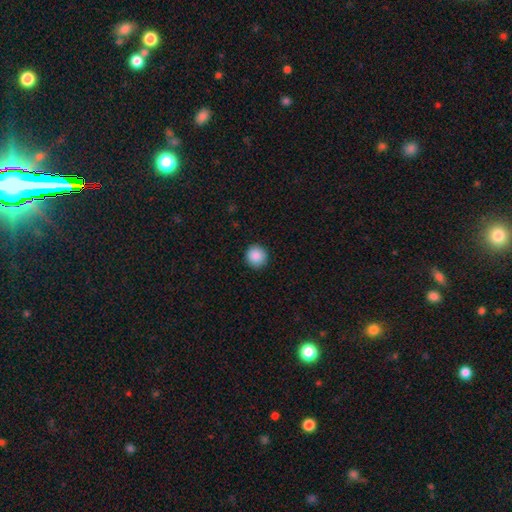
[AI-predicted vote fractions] This is clearly a smooth galaxy (89%). How rounded: clearly round (94%). Merging: clearly none (92%).